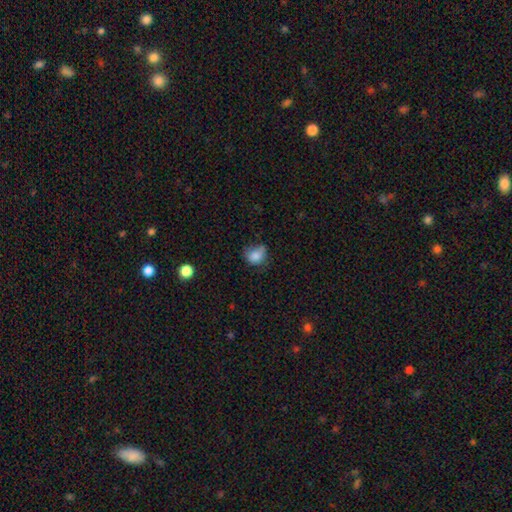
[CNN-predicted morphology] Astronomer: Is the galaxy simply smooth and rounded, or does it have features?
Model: smooth — 81%.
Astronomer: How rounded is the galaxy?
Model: round — 60% (runner-up: in between, 39%).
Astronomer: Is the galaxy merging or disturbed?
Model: none — 46% (runner-up: minor disturbance, 35%).